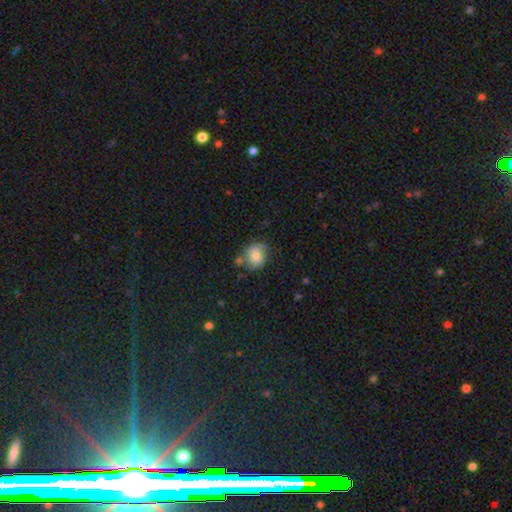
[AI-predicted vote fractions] Q: Smooth or featured?
A: smooth (75%); runner-up: featured or disk (16%)
Q: How rounded?
A: round (68%); runner-up: in between (31%)
Q: Merging?
A: none (62%); runner-up: minor disturbance (23%)